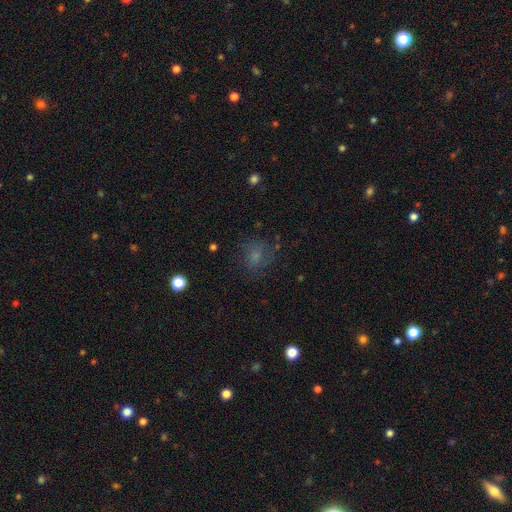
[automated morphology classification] Q: Smooth or featured?
A: smooth (65%); runner-up: featured or disk (18%)
Q: How rounded?
A: round (65%); runner-up: in between (33%)
Q: Merging?
A: none (60%); runner-up: minor disturbance (21%)